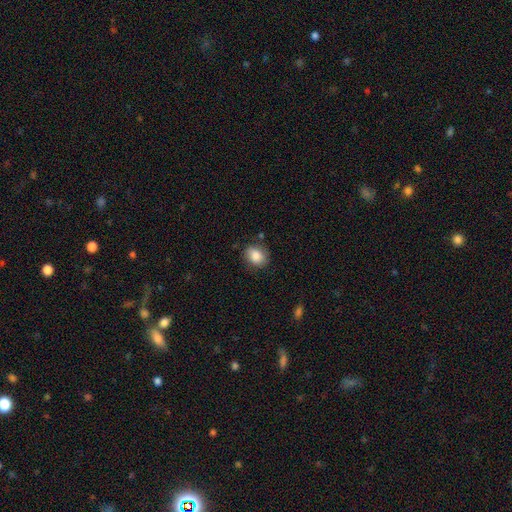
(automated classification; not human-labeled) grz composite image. It shows a smooth galaxy with no disk features (85%) that is round (51%). Merging: none (79%).